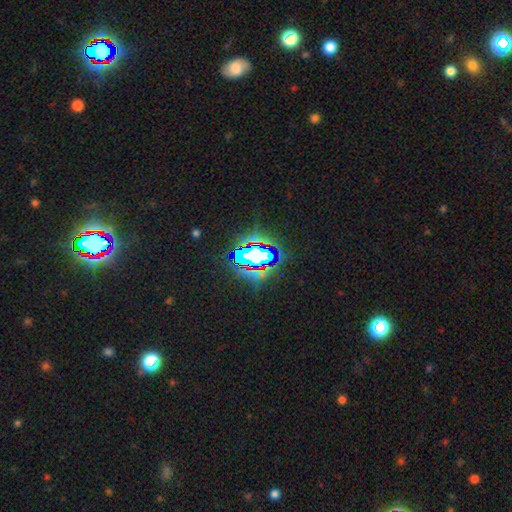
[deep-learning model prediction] Overall: star or artifact (67%).